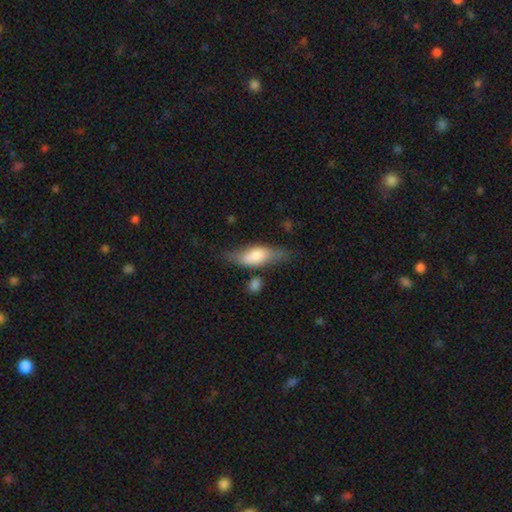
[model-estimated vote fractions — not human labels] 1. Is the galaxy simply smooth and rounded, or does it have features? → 63% smooth, 31% featured or disk, 7% star or artifact.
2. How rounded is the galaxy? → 60% in between, 37% cigar-shaped, 3% round.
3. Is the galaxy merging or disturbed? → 59% none, 26% minor disturbance, 9% major disturbance, 6% merger.